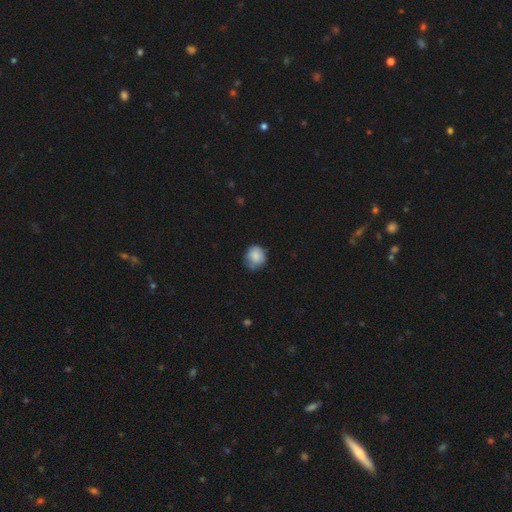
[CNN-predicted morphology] The model was most divided on "merging": none: 63%, minor disturbance: 29%, major disturbance: 6%, merger: 2%. More confident: how rounded — round (82%); smooth or featured — smooth (82%).